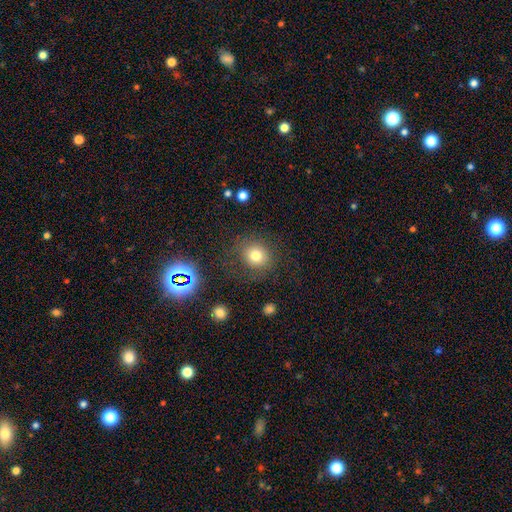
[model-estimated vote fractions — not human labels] Q: Smooth or featured?
A: smooth (75%); runner-up: star or artifact (15%)
Q: How rounded?
A: round (81%); runner-up: in between (18%)
Q: Merging?
A: none (77%); runner-up: minor disturbance (12%)